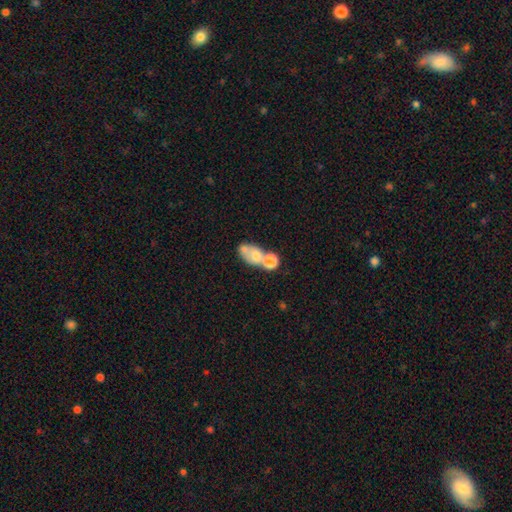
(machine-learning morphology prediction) Overall: smooth (61%; featured or disk 27%). How rounded: in between (72%). Merging: merger (52%; none 28%).